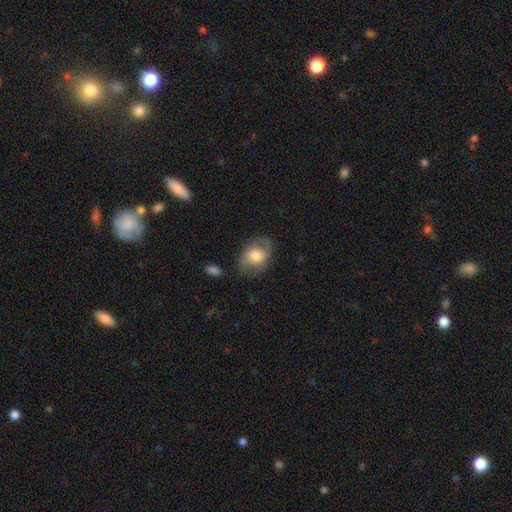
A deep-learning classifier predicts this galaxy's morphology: smooth_or_featured: smooth (p=0.52) [alt: featured or disk p=0.40]
how_rounded: in between (p=0.64) [alt: round p=0.35]
merging: none (p=0.67) [alt: minor disturbance p=0.21]